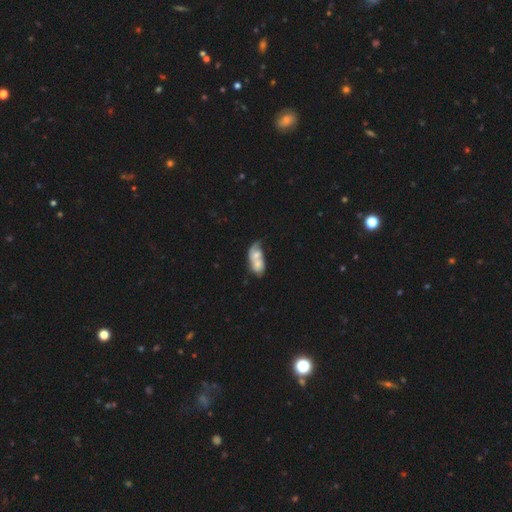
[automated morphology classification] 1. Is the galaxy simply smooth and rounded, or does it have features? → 52% smooth, 40% featured or disk, 8% star or artifact.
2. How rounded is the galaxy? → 83% in between, 10% round, 7% cigar-shaped.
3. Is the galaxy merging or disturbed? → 66% merger, 16% none, 10% minor disturbance, 8% major disturbance.